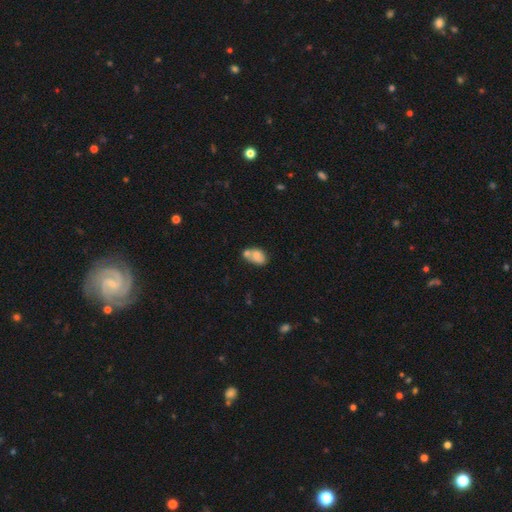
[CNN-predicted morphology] Smooth or featured? smooth (64%)
How rounded? in between (83%)
Merging? merger (48%)